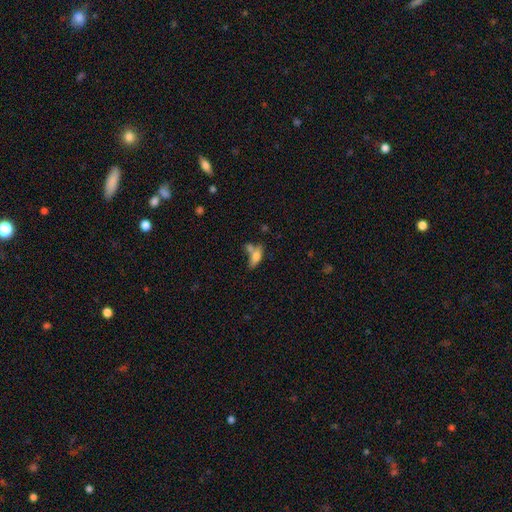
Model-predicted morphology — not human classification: Q: Smooth or featured?
A: smooth (67%); runner-up: featured or disk (24%)
Q: How rounded?
A: in between (74%); runner-up: cigar-shaped (22%)
Q: Merging?
A: none (40%); runner-up: merger (37%)